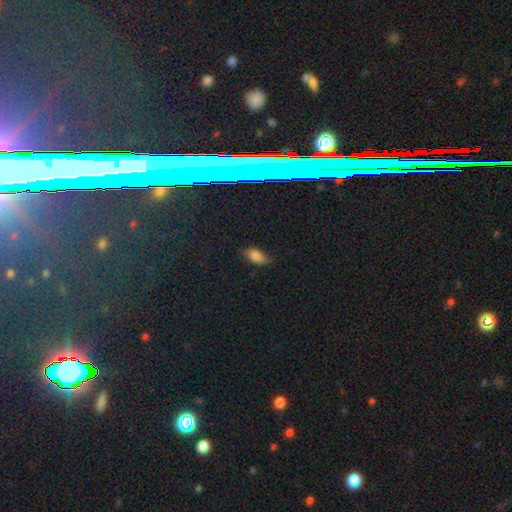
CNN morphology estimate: Smooth or featured? Predicted: smooth (p=0.68). How rounded? Predicted: in between (p=0.88). Merging? Predicted: none (p=0.63).